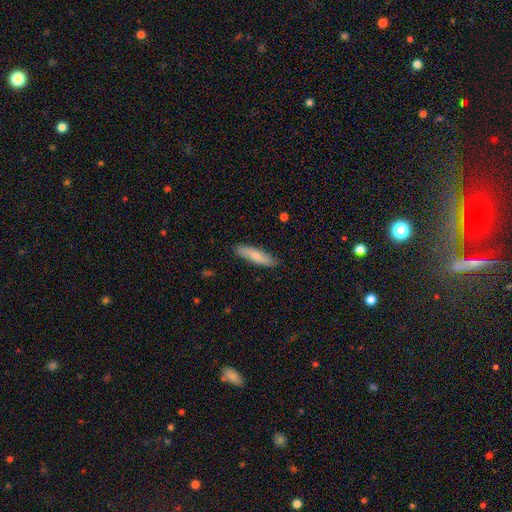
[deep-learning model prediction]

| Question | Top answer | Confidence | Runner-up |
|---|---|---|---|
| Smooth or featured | smooth | 74% | featured or disk (20%) |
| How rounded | cigar-shaped | 73% | in between (25%) |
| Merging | none | 86% | minor disturbance (11%) |